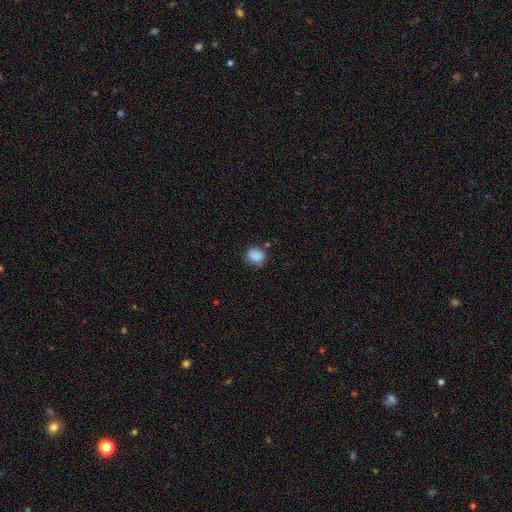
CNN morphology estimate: A smooth galaxy with no disk features (87%) that is round (70%). Merging: none (75%).